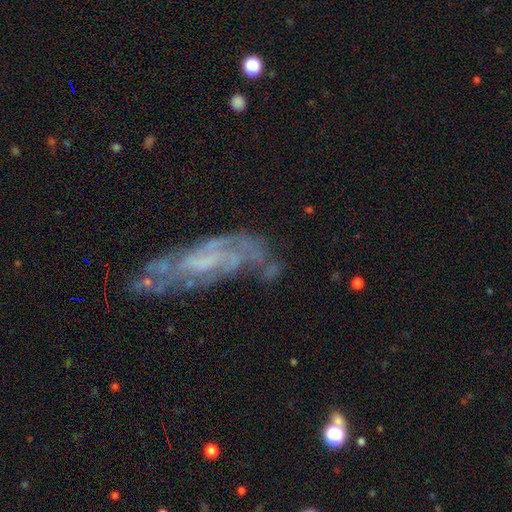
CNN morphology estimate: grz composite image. It shows a featured or disk galaxy (74%) with no bar (46%), spiral arms (80%) and no central bulge (48%). Merging: none (50%).